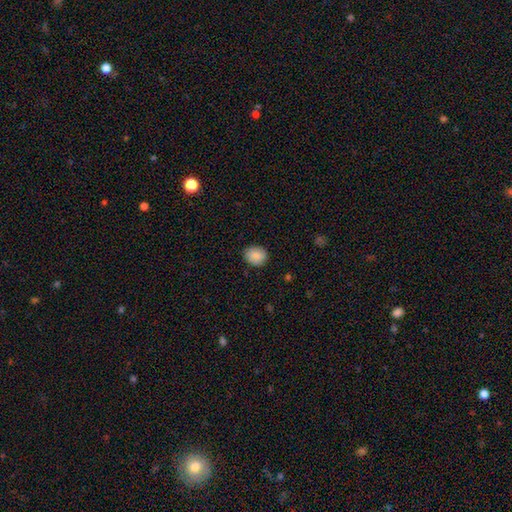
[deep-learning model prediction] Morphology: type=smooth (89%); roundness=round (68%); merging=none (87%).